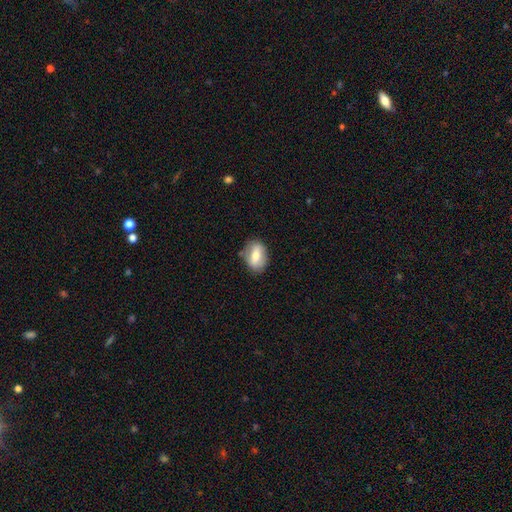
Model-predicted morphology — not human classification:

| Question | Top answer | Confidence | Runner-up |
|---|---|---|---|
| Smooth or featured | smooth | 61% | featured or disk (31%) |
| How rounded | in between | 79% | round (18%) |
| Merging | none | 76% | minor disturbance (18%) |